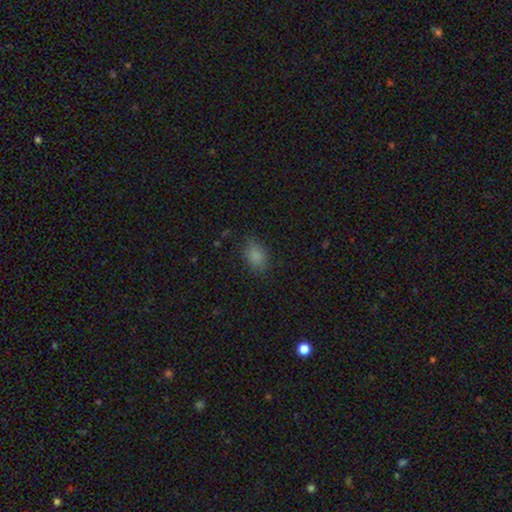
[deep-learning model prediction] Smooth or featured? smooth (84%)
How rounded? in between (75%)
Merging? none (81%)